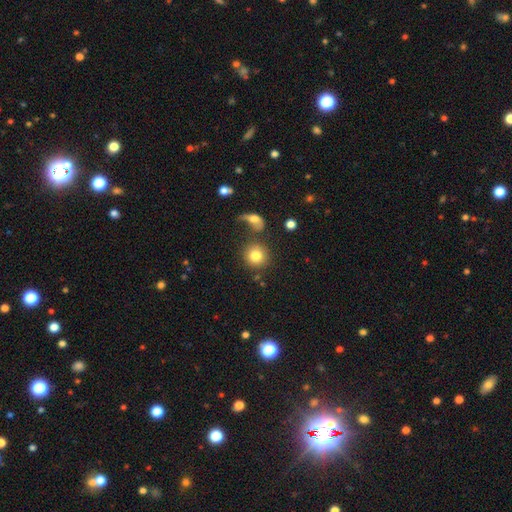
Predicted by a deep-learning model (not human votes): smooth_or_featured: smooth (p=0.80) [alt: featured or disk p=0.10]
how_rounded: round (p=0.89) [alt: in between p=0.10]
merging: none (p=0.70) [alt: merger p=0.13]